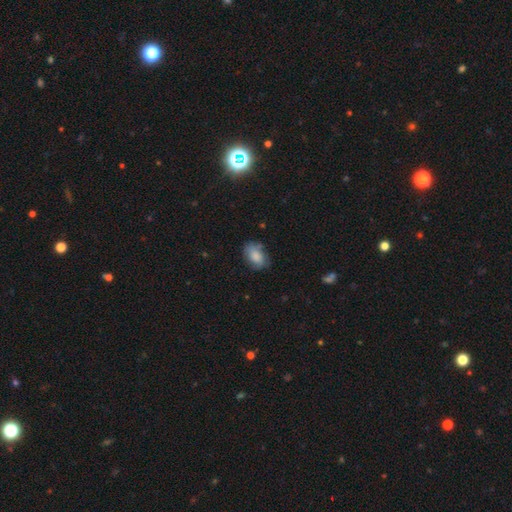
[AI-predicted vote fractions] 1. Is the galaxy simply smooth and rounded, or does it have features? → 80% smooth, 12% featured or disk, 7% star or artifact.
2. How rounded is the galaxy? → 86% in between, 12% round, 1% cigar-shaped.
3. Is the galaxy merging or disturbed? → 67% none, 24% minor disturbance, 6% major disturbance, 3% merger.